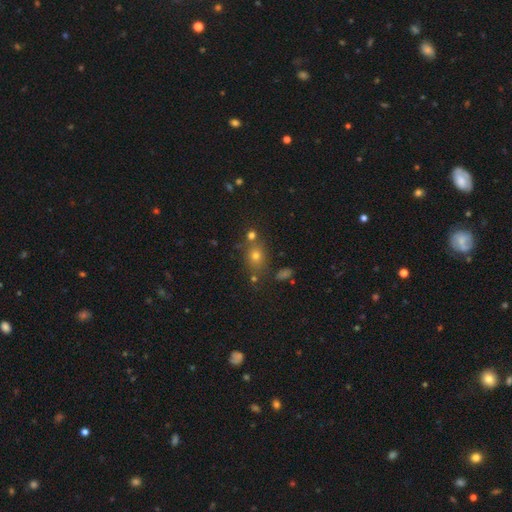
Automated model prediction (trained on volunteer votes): Q: Smooth or featured?
A: smooth (62%); runner-up: star or artifact (26%)
Q: How rounded?
A: round (64%); runner-up: in between (34%)
Q: Merging?
A: none (69%); runner-up: merger (15%)